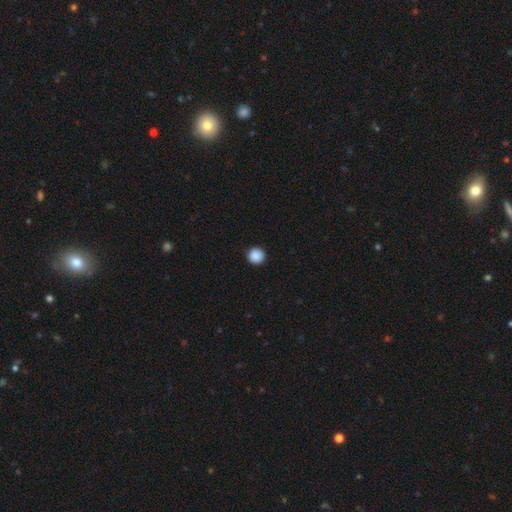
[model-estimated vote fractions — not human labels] smooth 89%, star or artifact 9%, featured or disk 2%. Down the decision tree: how rounded — round (96%); merging — none (93%).